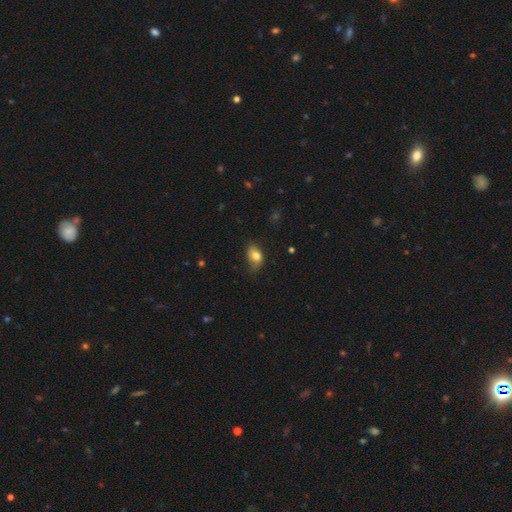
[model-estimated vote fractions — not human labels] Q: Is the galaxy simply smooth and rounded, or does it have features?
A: smooth — 78%.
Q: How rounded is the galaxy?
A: in between — 84%.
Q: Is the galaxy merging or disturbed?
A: none — 57%.